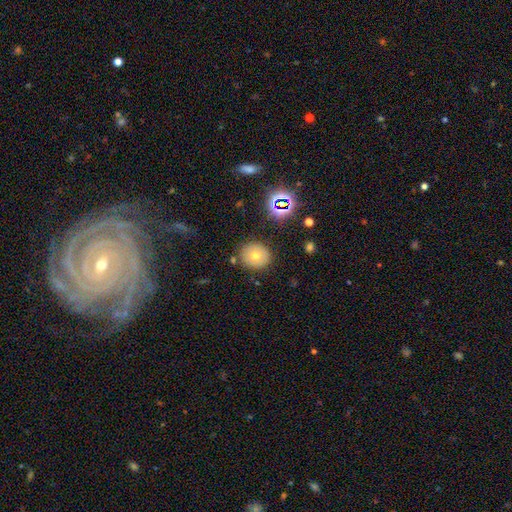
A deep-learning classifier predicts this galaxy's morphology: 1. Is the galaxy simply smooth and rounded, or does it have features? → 60% smooth, 22% featured or disk, 18% star or artifact.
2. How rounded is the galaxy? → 78% round, 21% in between, 1% cigar-shaped.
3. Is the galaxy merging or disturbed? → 84% none, 10% minor disturbance, 3% major disturbance, 3% merger.